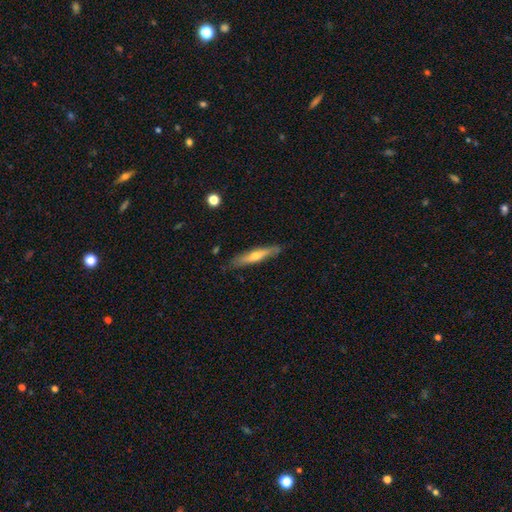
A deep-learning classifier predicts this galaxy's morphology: smooth-or-featured: featured or disk: 55% | smooth: 38% | star or artifact: 6%
  disk-edge-on: yes: 89% | no: 11%
  merging: none: 84% | minor disturbance: 12% | major disturbance: 2% | merger: 1%